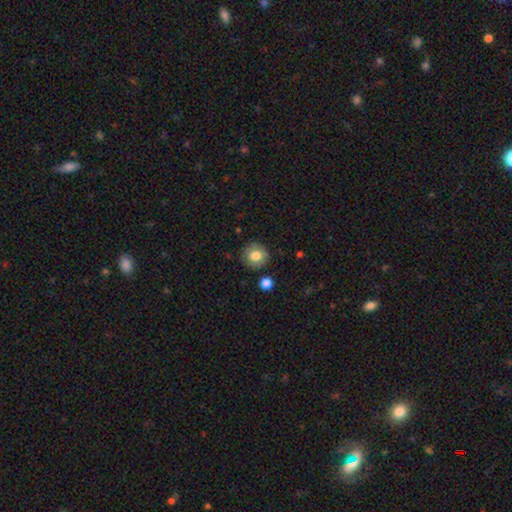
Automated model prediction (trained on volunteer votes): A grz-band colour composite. It shows a smooth galaxy with no disk features (77%) that is round (91%). Merging: none (85%).